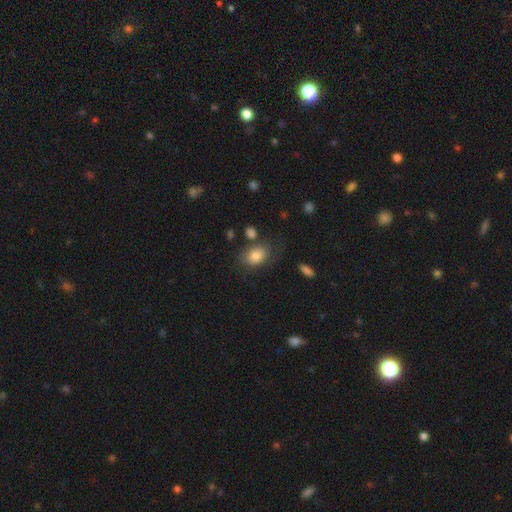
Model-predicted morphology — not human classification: This is clearly a smooth galaxy (81%). How rounded: likely in between (75%). Merging: likely none (63%).